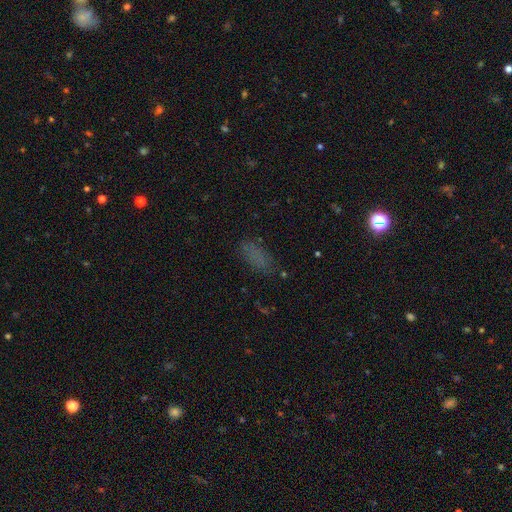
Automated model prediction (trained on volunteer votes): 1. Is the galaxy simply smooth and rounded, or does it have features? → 72% smooth, 19% star or artifact, 9% featured or disk.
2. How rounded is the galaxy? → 76% in between, 20% cigar-shaped, 5% round.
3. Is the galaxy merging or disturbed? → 78% none, 14% minor disturbance, 6% major disturbance, 2% merger.